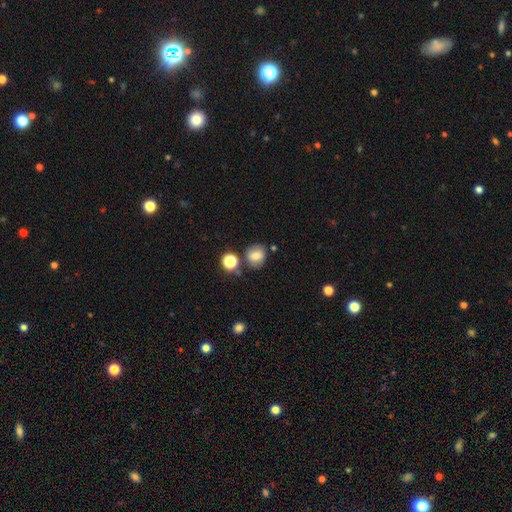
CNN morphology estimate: type=smooth (76%); roundness=round (72%); merging=none (69%).